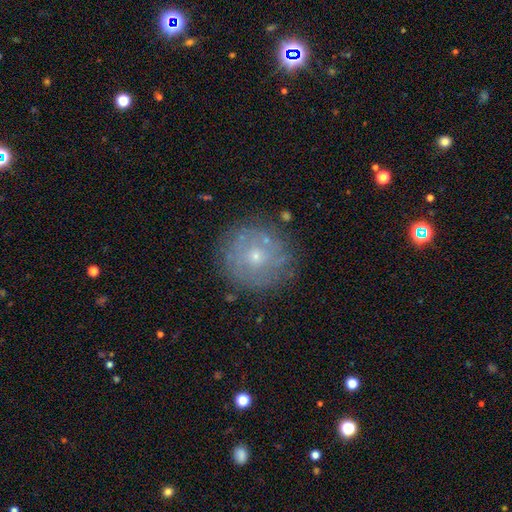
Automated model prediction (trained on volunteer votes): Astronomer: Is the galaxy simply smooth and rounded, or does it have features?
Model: featured or disk — 52% (runner-up: smooth, 36%).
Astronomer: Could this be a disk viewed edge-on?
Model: no — 96%.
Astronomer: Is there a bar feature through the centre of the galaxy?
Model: no — 85%.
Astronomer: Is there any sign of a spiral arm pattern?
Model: yes — 53% (runner-up: no, 47%).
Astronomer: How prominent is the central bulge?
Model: small — 67%.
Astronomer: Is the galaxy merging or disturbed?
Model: none — 80%.